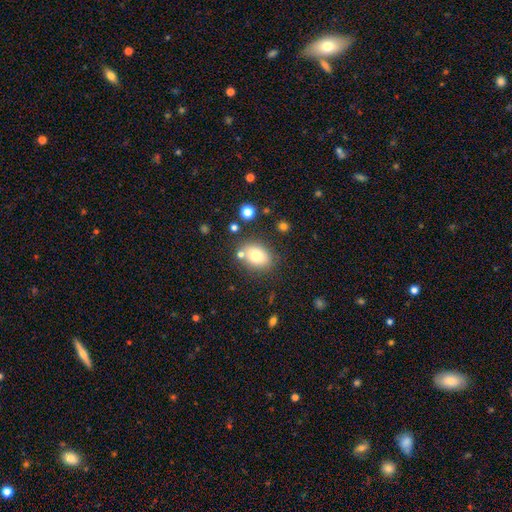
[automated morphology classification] This appears to be a smooth galaxy with no disk features (77%) that is in between round and cigar-shaped (69%). Merging: none (74%).